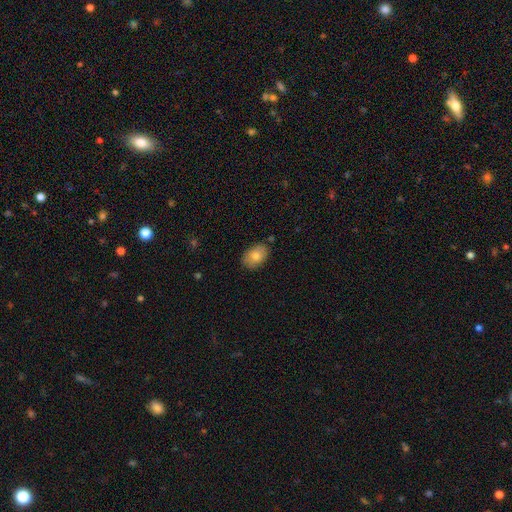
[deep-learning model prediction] The model was most divided on "smooth or featured": smooth: 81%, featured or disk: 11%, star or artifact: 7%. More confident: how rounded — in between (87%); merging — none (83%).